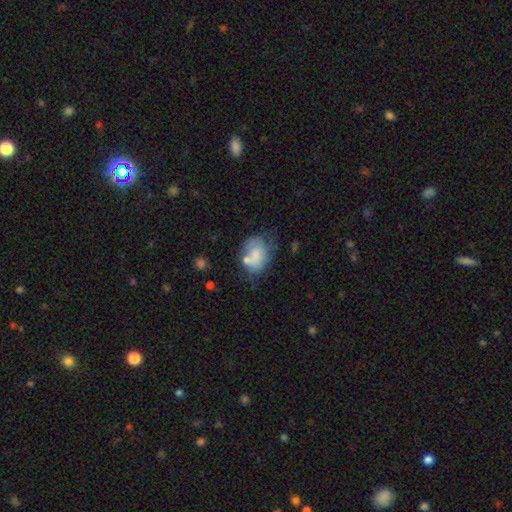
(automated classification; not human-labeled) A smooth galaxy with no disk features (67%) that is in between round and cigar-shaped (67%). Merging: none (39%).